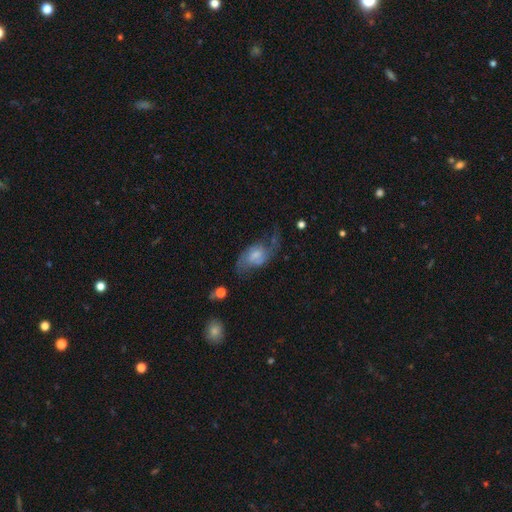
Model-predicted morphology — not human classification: A featured or disk galaxy (67%) with no bar (47%), 2 (83%) loose (55%) spiral arms (87%) and a moderate central bulge (37%).

Vote fractions:
- Smooth or featured? featured or disk: 67% / smooth: 25% / star or artifact: 8%
- Edge-on disk? no: 95% / yes: 5%
- Bar? no: 47% / weak: 44% / strong: 9%
- Spiral arms? yes: 87% / no: 13%
- Spiral winding? loose: 55% / medium: 35% / tight: 11%
- Spiral arm count? 2: 83% / can't tell: 7% / 1: 6% / 3: 2% / 4: 1% / more than 4: 1%
- Bulge size? moderate: 37% / small: 31% / none: 18% / large: 12% / dominant: 2%
- Merging? none: 43% / major disturbance: 29% / minor disturbance: 23% / merger: 5%